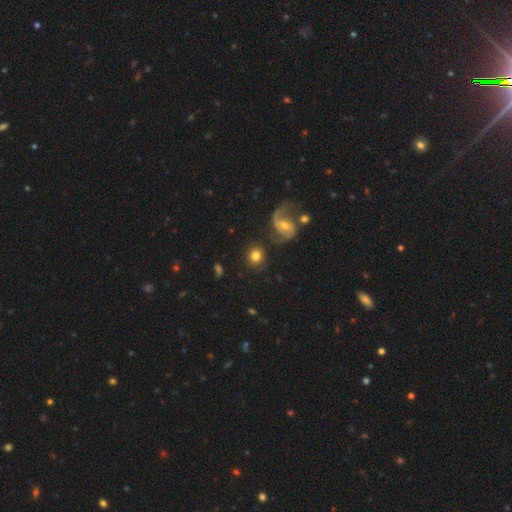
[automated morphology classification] This appears to be a smooth galaxy with no disk features (73%) that is round (85%). Merging: none (77%).